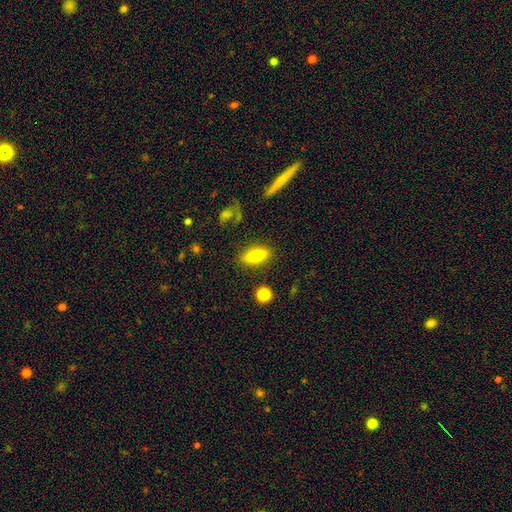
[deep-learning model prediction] Overall: smooth (73%). How rounded: in between (78%). Merging: none (86%).